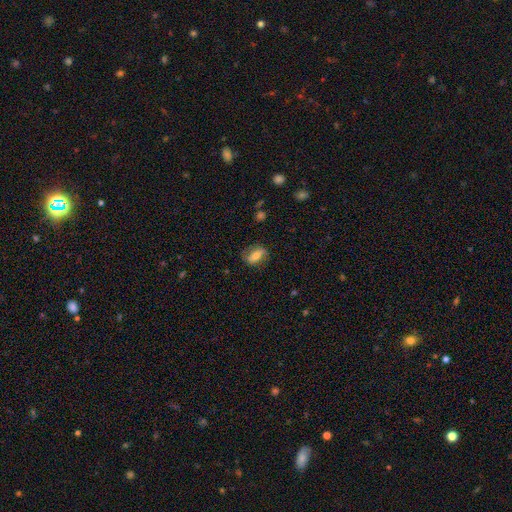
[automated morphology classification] smooth_or_featured: smooth (p=0.55) [alt: featured or disk p=0.37]
how_rounded: in between (p=0.79) [alt: round p=0.11]
merging: none (p=0.72) [alt: minor disturbance p=0.19]